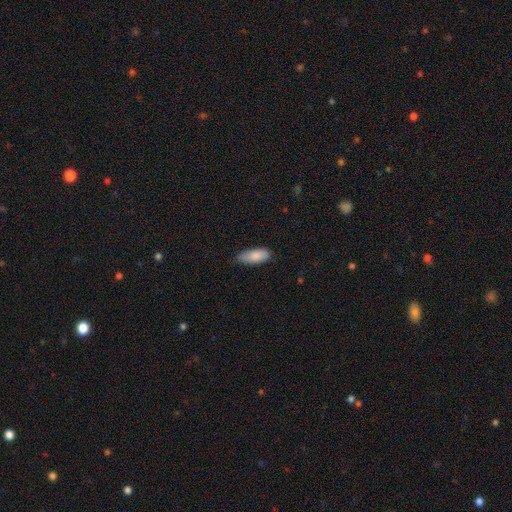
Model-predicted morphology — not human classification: Smooth or featured? smooth (85%)
How rounded? in between (81%)
Merging? none (76%)